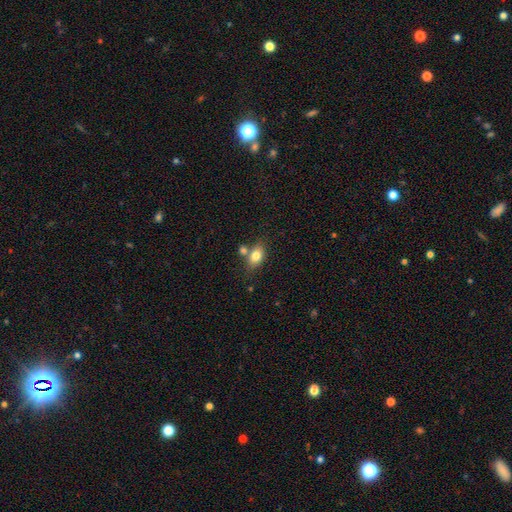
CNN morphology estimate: type=smooth (79%); roundness=in between (78%); merging=none (57%).